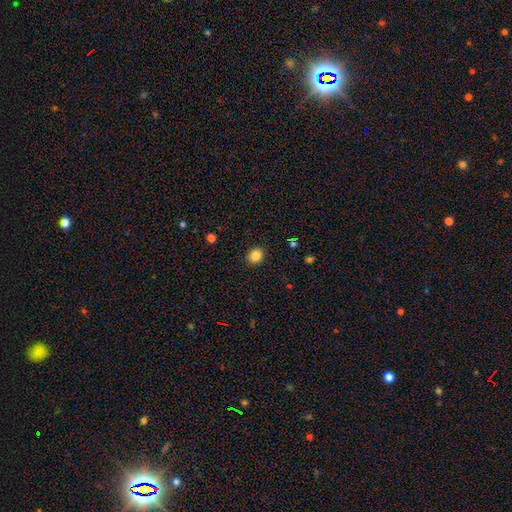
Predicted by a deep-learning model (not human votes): smooth_or_featured: smooth (p=0.84) [alt: star or artifact p=0.11]
how_rounded: round (p=0.73) [alt: in between p=0.26]
merging: none (p=0.90) [alt: minor disturbance p=0.07]